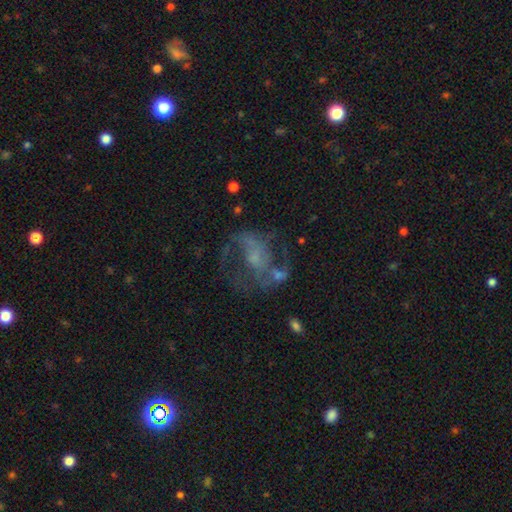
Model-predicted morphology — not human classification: A featured or disk galaxy (69%) with no bar (59%), spiral arms (71%) and a small central bulge (44%).

Vote fractions:
- Smooth or featured? featured or disk: 69% / smooth: 15% / star or artifact: 15%
- Edge-on disk? no: 97% / yes: 3%
- Bar? no: 59% / weak: 32% / strong: 9%
- Spiral arms? yes: 71% / no: 29%
- Bulge size? small: 44% / none: 27% / moderate: 24% / large: 4% / dominant: 2%
- Merging? none: 45% / major disturbance: 29% / minor disturbance: 17% / merger: 10%